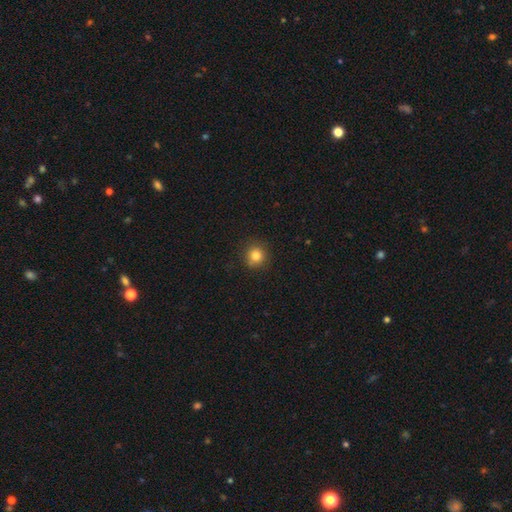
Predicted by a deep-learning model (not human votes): Smooth or featured? smooth (82%)
How rounded? round (91%)
Merging? none (87%)